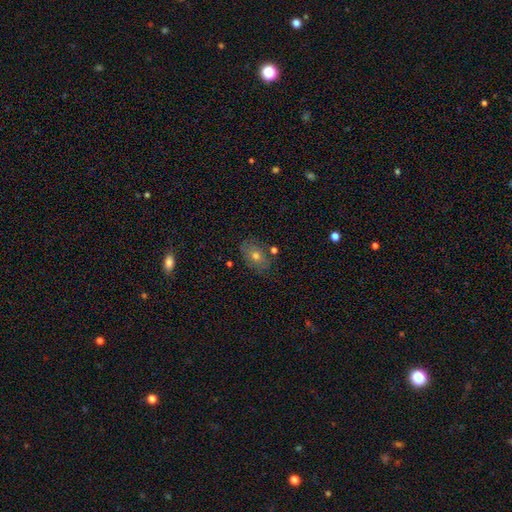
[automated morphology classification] Smooth or featured? Predicted: smooth (p=0.63). How rounded? Predicted: in between (p=0.79). Merging? Predicted: none (p=0.74).